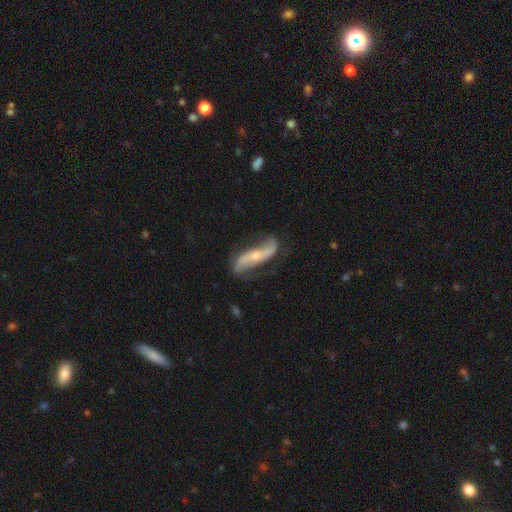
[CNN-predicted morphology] type=featured or disk (83%); edge-on=no (86%); bar=no (44%); spiral arms=yes (94%); winding=loose (74%); arm count=2 (92%); bulge=small (61%); merging=none (72%).